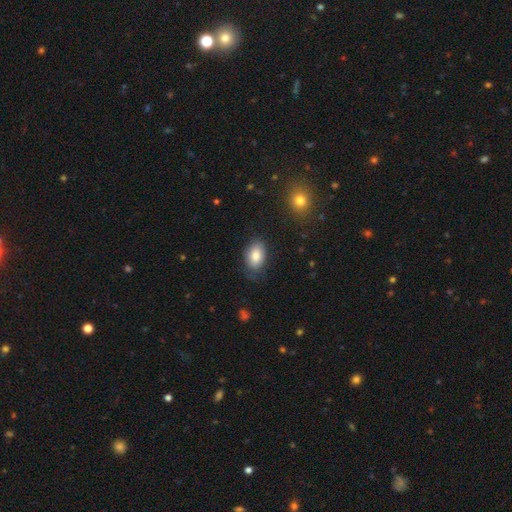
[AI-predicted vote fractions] The model was most divided on "merging": none: 75%, minor disturbance: 19%, major disturbance: 5%, merger: 2%. More confident: how rounded — in between (88%); smooth or featured — smooth (83%).